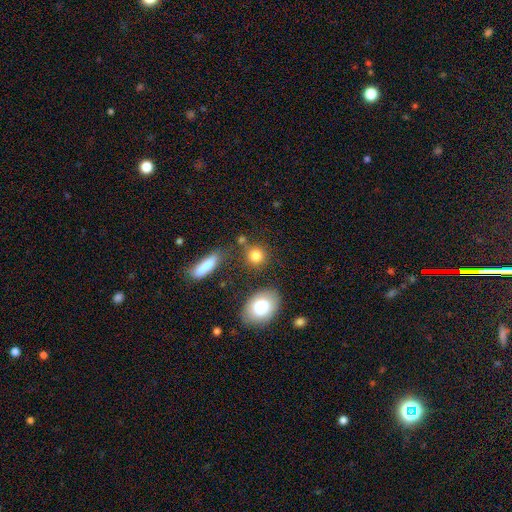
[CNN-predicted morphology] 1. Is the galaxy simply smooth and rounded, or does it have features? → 82% smooth, 11% star or artifact, 8% featured or disk.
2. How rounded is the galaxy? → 81% round, 16% in between, 3% cigar-shaped.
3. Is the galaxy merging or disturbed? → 73% none, 12% minor disturbance, 11% merger, 4% major disturbance.